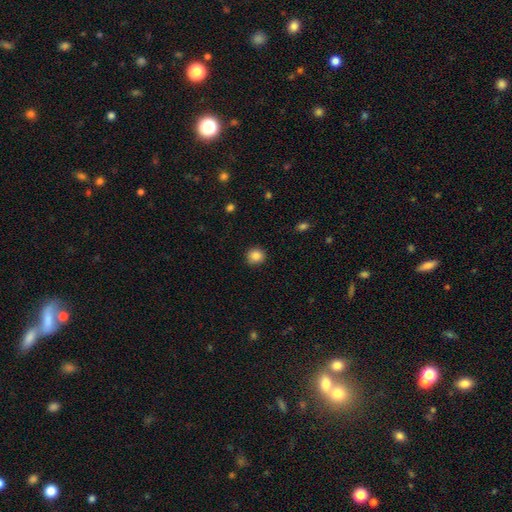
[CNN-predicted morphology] Q: Smooth or featured?
A: smooth (86%); runner-up: star or artifact (10%)
Q: How rounded?
A: round (87%); runner-up: in between (12%)
Q: Merging?
A: none (90%); runner-up: minor disturbance (7%)